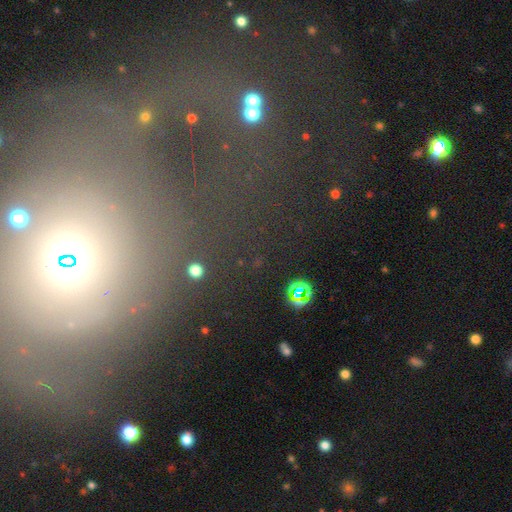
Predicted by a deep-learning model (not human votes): Smooth or featured? star or artifact (48%)